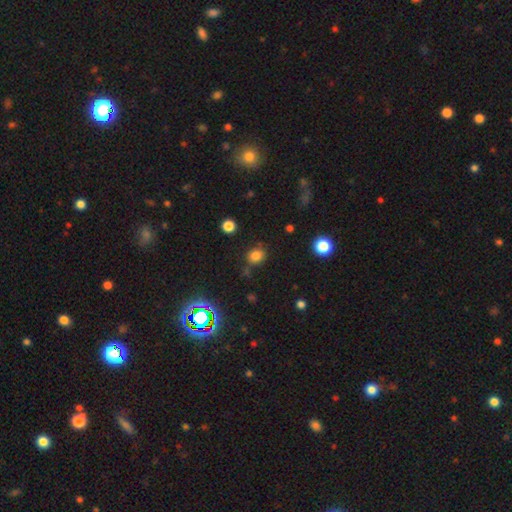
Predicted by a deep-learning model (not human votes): Smooth or featured? smooth (76%)
How rounded? round (67%)
Merging? none (75%)